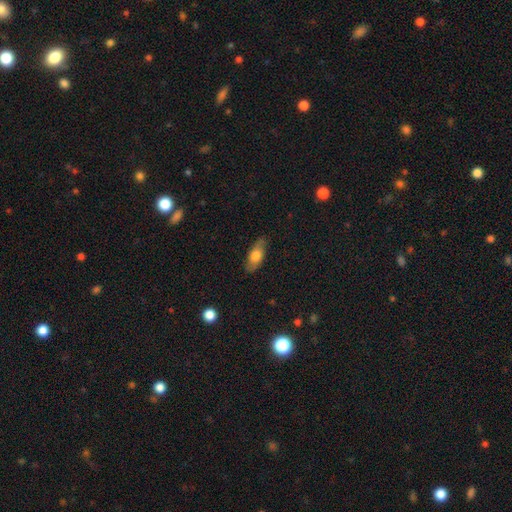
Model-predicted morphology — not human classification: The model was most divided on "smooth or featured": smooth: 67%, featured or disk: 26%, star or artifact: 6%. More confident: merging — none (83%); how rounded — in between (79%).